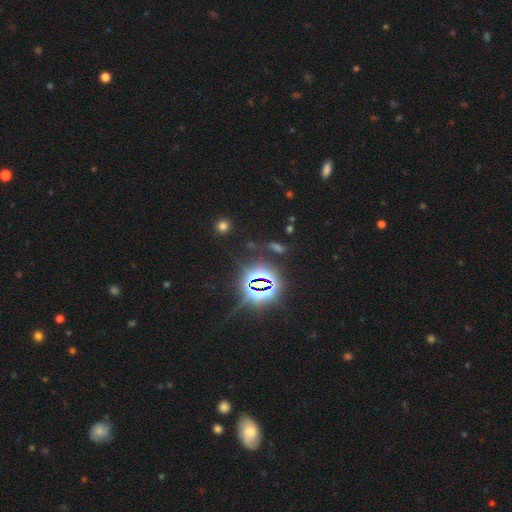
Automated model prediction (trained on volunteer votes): Smooth or featured: star or artifact — 80% (smooth — 13%)